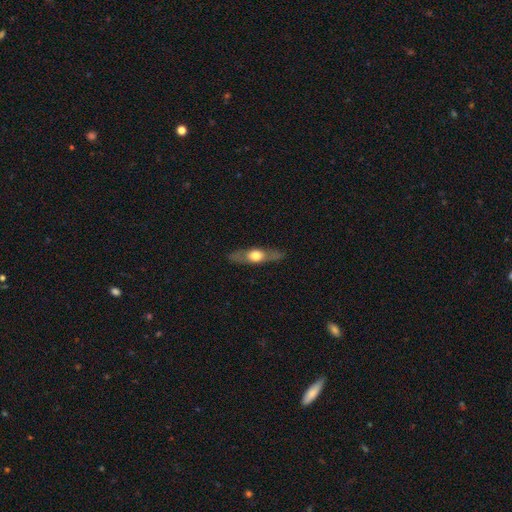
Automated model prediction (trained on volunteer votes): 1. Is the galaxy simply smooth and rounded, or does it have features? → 57% featured or disk, 37% smooth, 6% star or artifact.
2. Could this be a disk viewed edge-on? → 81% yes, 19% no.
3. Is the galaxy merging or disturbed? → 83% none, 12% minor disturbance, 3% major disturbance, 1% merger.